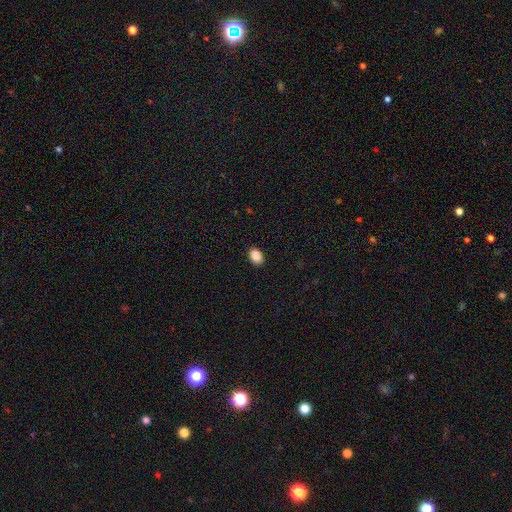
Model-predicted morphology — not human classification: Smooth or featured?
  - smooth: 88% *
  - star or artifact: 8%
  - featured or disk: 4%
How rounded?
  - in between: 81% *
  - round: 18%
  - cigar-shaped: 1%
Merging?
  - none: 90% *
  - minor disturbance: 7%
  - major disturbance: 2%
  - merger: 1%